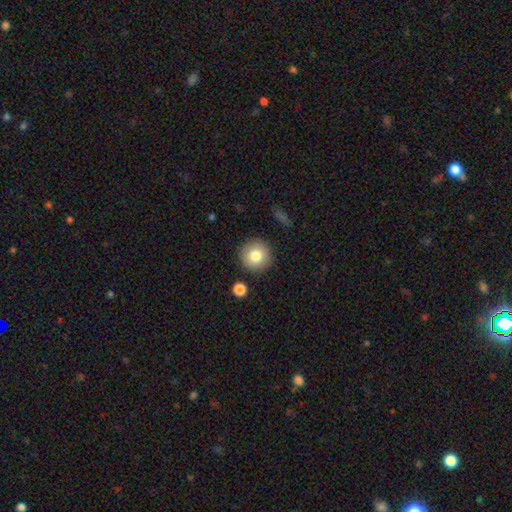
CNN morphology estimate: Smooth or featured? smooth (80%)
How rounded? round (95%)
Merging? none (89%)